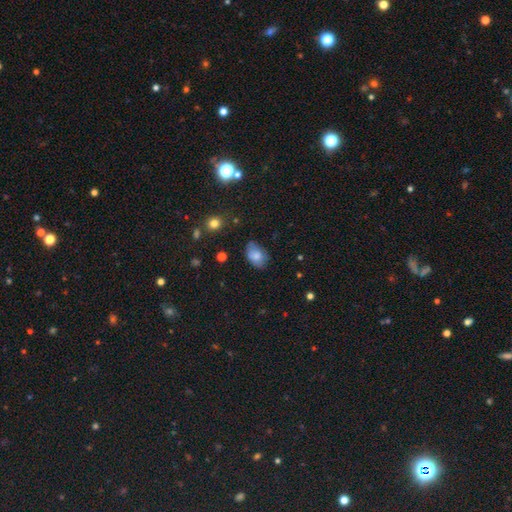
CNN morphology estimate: Smooth or featured? Predicted: smooth (p=0.75). How rounded? Predicted: in between (p=0.83). Merging? Predicted: none (p=0.66).